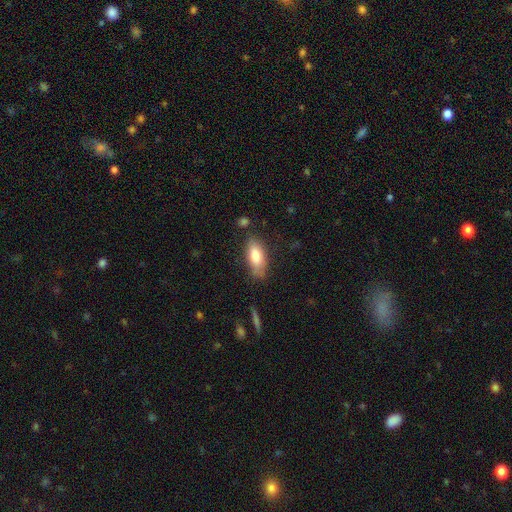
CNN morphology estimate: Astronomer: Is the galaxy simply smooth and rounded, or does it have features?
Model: smooth — 79%.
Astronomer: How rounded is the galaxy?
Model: in between — 82%.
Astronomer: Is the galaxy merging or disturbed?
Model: none — 72%.